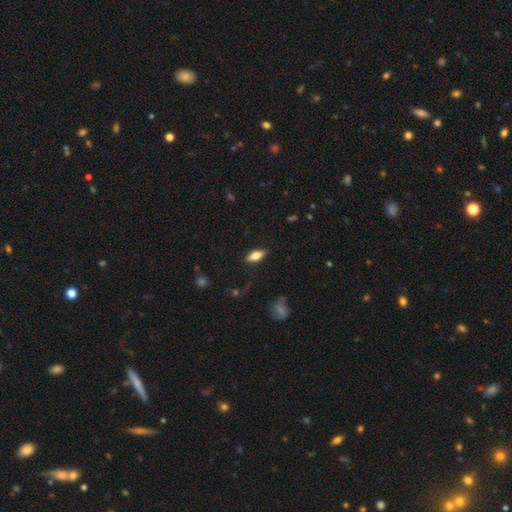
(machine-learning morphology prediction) Q: Smooth or featured?
A: smooth (68%); runner-up: featured or disk (25%)
Q: How rounded?
A: in between (77%); runner-up: cigar-shaped (20%)
Q: Merging?
A: none (86%); runner-up: minor disturbance (10%)